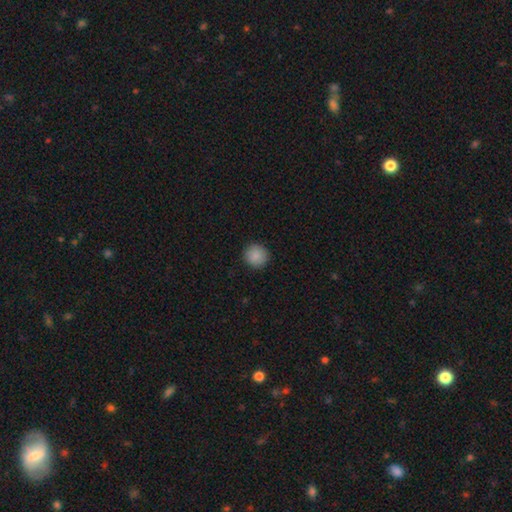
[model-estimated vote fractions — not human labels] This appears to be a smooth galaxy with no disk features (88%) that is round (94%). Merging: none (91%).